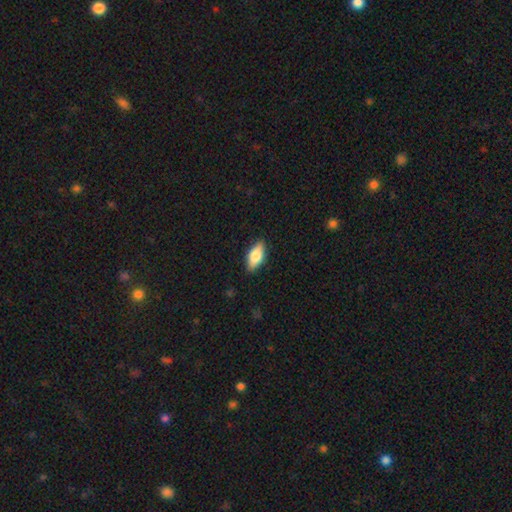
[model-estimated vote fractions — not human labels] This is likely a smooth galaxy (72%). How rounded: clearly in between (85%). Merging: clearly none (86%).